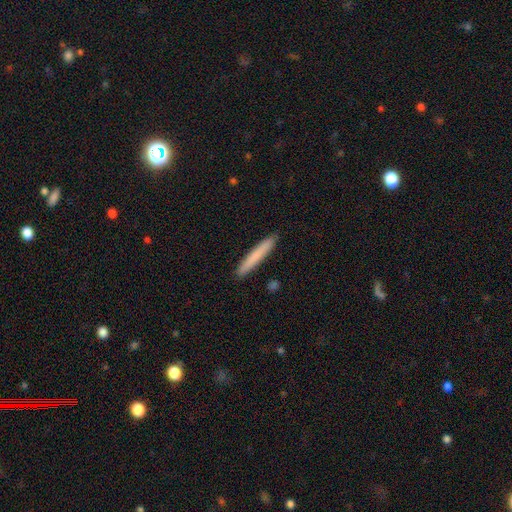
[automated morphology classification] The model was most divided on "smooth or featured": smooth: 78%, featured or disk: 16%, star or artifact: 6%. More confident: how rounded — cigar-shaped (96%); merging — none (92%).